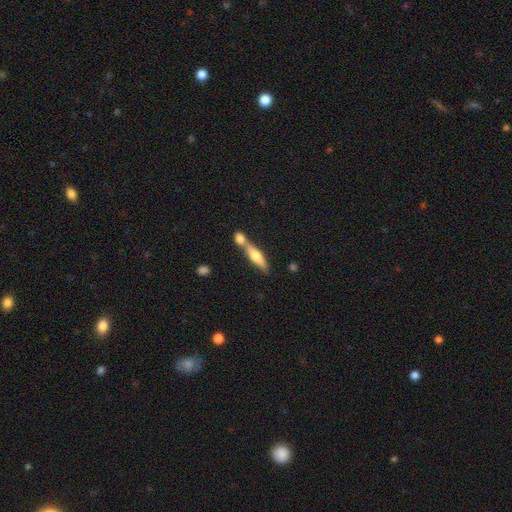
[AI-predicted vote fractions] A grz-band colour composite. It shows a smooth galaxy with no disk features (47%). Merging: none (44%).